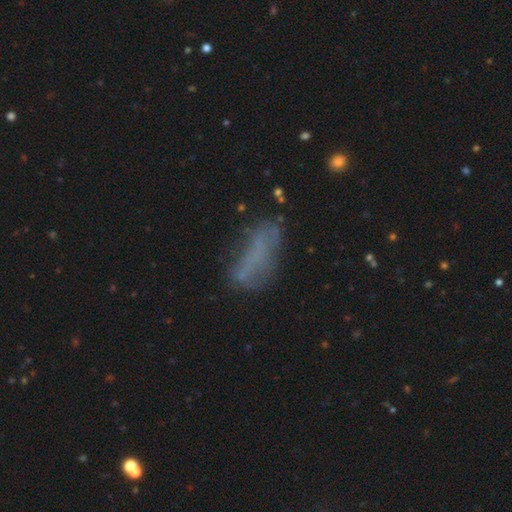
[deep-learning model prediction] The model was most divided on "smooth or featured": smooth: 47%, featured or disk: 31%, star or artifact: 22%. More confident: merging — none (55%).